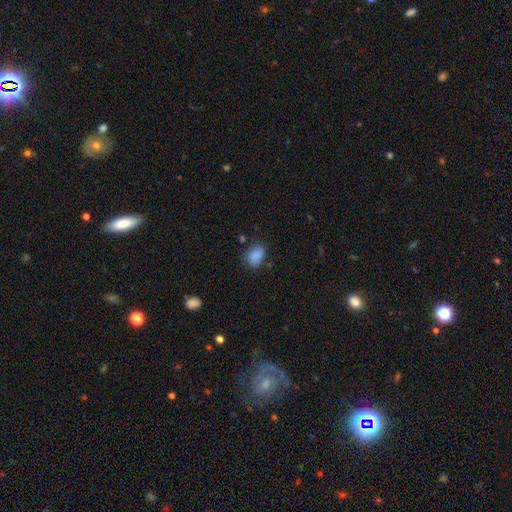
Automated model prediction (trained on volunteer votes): Smooth or featured: smooth — 85% (star or artifact — 9%)
How rounded: in between — 76% (round — 23%)
Merging: none — 65% (minor disturbance — 24%)